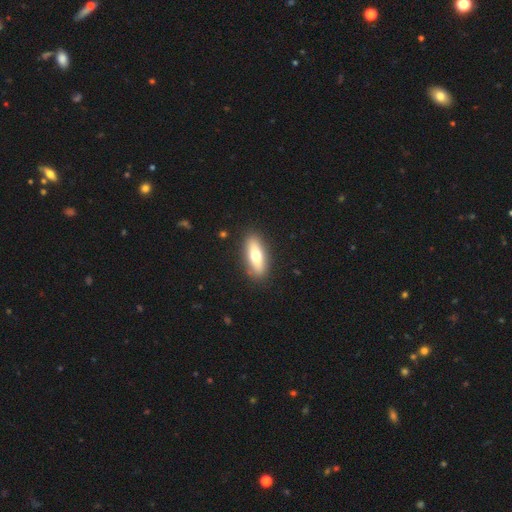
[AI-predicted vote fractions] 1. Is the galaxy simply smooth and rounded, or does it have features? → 63% smooth, 31% featured or disk, 6% star or artifact.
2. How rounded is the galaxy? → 58% in between, 39% cigar-shaped, 3% round.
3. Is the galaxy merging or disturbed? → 88% none, 8% minor disturbance, 2% major disturbance, 1% merger.